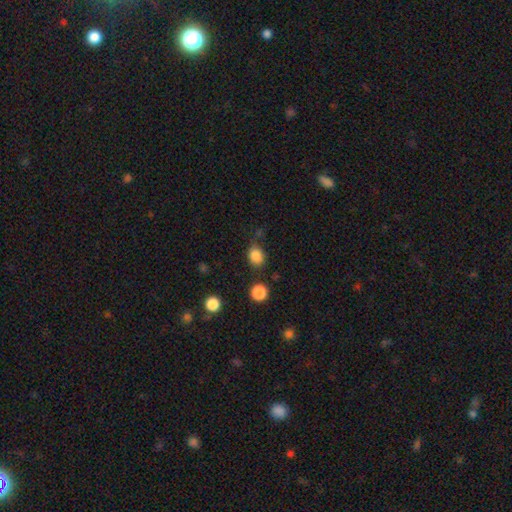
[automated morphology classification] type=smooth (85%); roundness=round (53%); merging=none (68%).